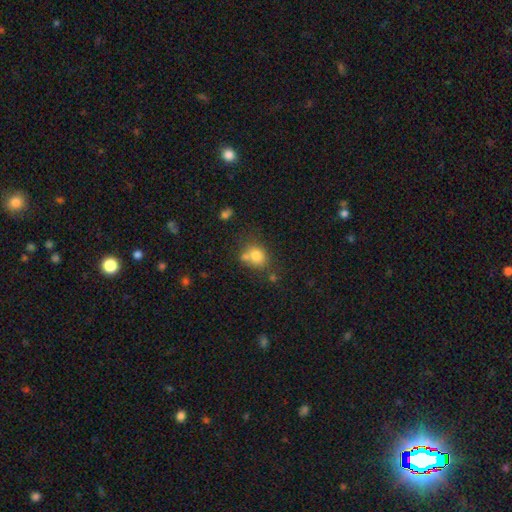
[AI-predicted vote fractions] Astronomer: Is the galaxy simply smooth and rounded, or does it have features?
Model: smooth — 77%.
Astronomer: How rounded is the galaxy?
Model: round — 57% (runner-up: in between, 42%).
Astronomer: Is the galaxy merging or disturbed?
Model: none — 52%.